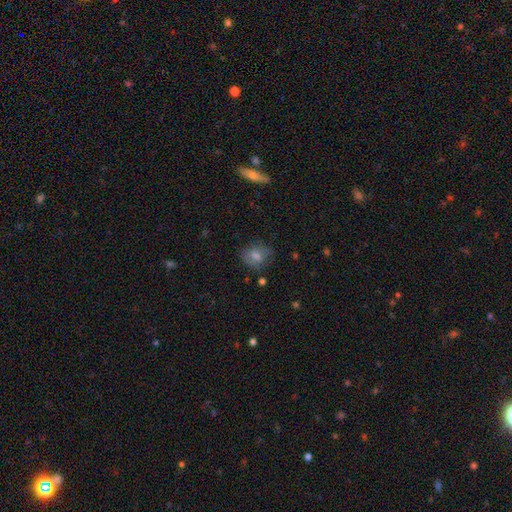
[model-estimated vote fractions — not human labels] Overall: smooth (57%; featured or disk 27%). How rounded: round (56%; in between 42%). Merging: none (74%).